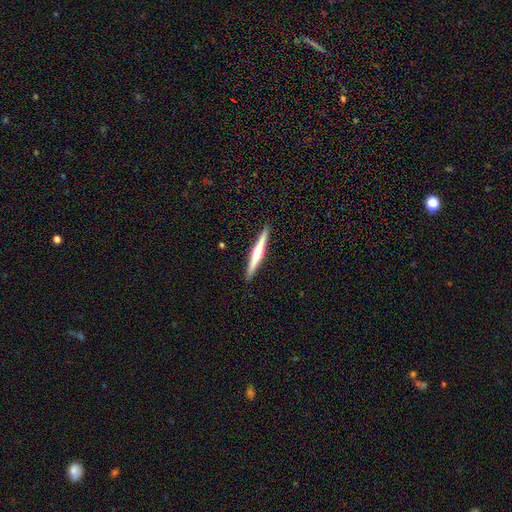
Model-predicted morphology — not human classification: featured or disk 64%, smooth 32%, star or artifact 5%. Down the decision tree: edge-on disk — yes (98%); edge-on bulge — rounded (81%); merging — none (92%).